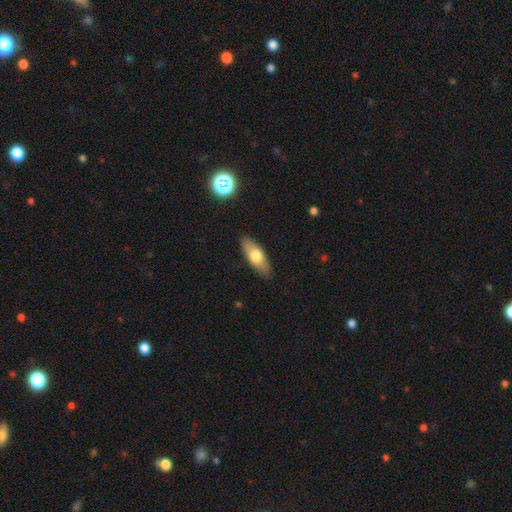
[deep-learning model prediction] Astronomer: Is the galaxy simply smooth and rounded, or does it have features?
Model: smooth — 66%.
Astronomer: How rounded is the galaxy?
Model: in between — 73%.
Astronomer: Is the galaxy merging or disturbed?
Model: none — 87%.